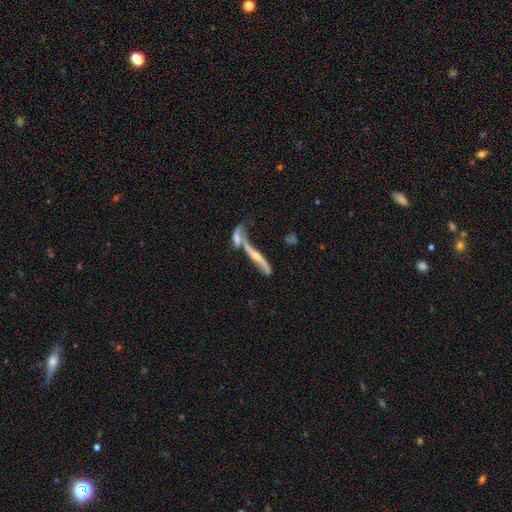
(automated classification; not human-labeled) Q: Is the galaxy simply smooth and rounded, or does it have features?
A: featured or disk — 58%.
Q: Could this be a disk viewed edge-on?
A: yes — 78%.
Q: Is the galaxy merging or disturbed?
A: none — 44%.